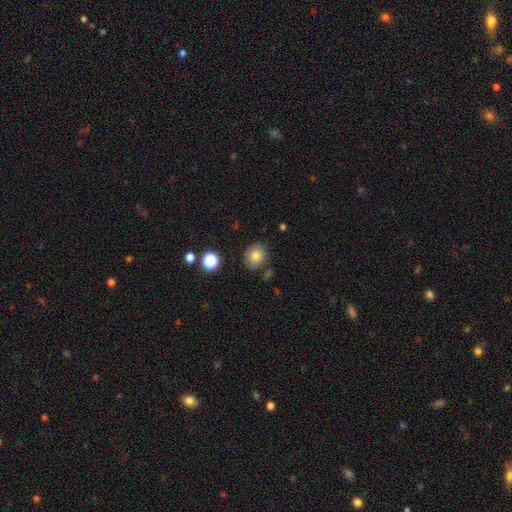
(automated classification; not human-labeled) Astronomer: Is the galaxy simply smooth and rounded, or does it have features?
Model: smooth — 80%.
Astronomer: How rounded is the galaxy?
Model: round — 68%.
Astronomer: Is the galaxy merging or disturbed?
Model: none — 80%.